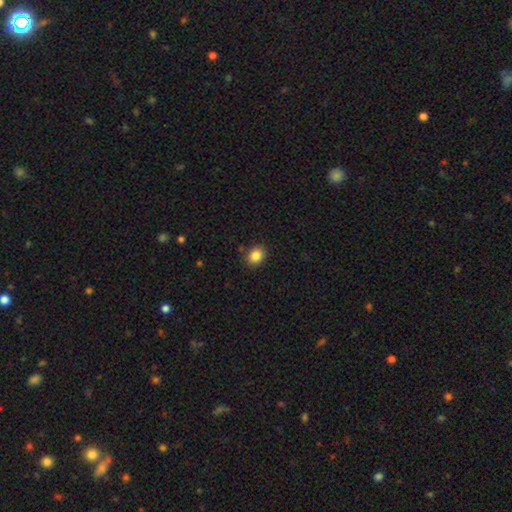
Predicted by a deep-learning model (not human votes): Smooth or featured? Predicted: smooth (p=0.85). How rounded? Predicted: round (p=0.63). Merging? Predicted: none (p=0.87).